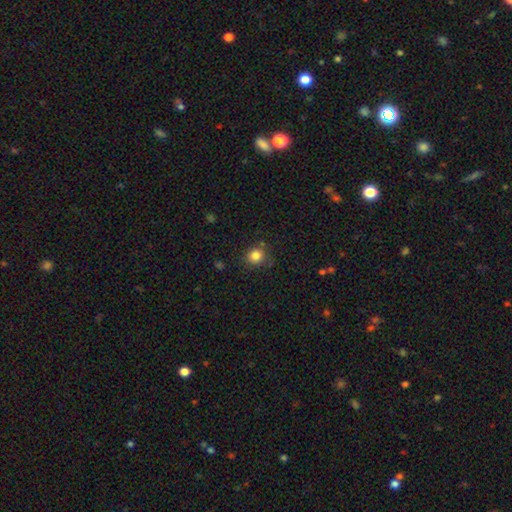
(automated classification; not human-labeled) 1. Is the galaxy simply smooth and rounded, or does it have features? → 83% smooth, 12% star or artifact, 5% featured or disk.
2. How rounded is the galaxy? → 85% round, 14% in between, 1% cigar-shaped.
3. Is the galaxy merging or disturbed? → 80% none, 13% minor disturbance, 4% major disturbance, 3% merger.